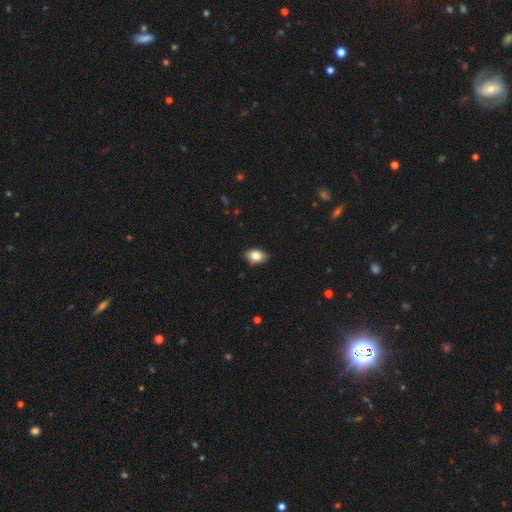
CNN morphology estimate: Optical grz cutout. It shows a smooth galaxy with no disk features (84%) that is in between round and cigar-shaped (84%). Merging: none (84%).